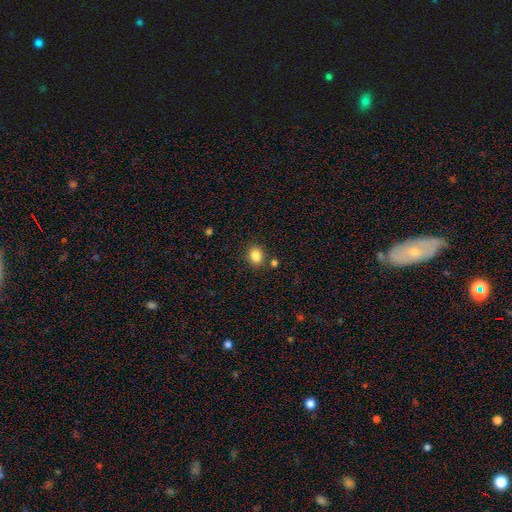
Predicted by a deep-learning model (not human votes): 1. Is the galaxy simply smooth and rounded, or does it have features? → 84% smooth, 11% star or artifact, 5% featured or disk.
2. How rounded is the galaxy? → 54% round, 45% in between, 1% cigar-shaped.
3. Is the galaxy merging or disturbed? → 82% none, 9% minor disturbance, 6% merger, 3% major disturbance.